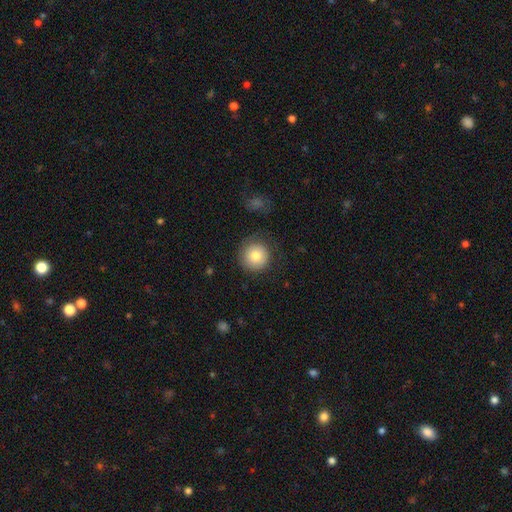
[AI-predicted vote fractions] This appears to be a smooth galaxy with no disk features (79%) that is round (95%). Merging: none (79%).